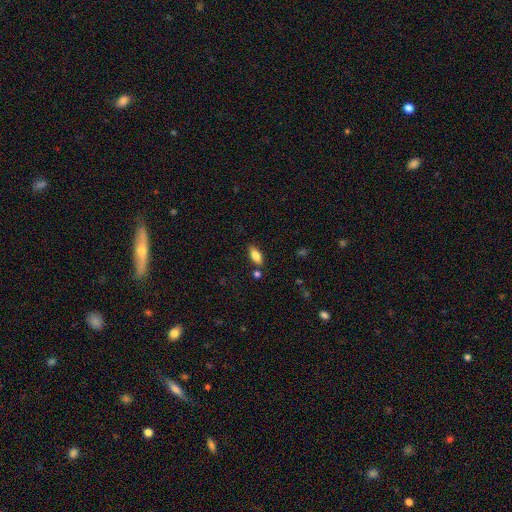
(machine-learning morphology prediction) Smooth or featured: smooth — 83% (featured or disk — 10%)
How rounded: in between — 84% (cigar-shaped — 13%)
Merging: none — 81% (minor disturbance — 11%)